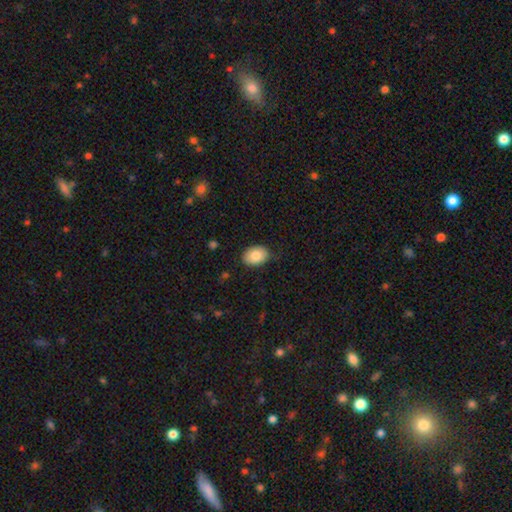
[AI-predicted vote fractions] Morphology: type=smooth (83%); roundness=in between (82%); merging=none (83%).